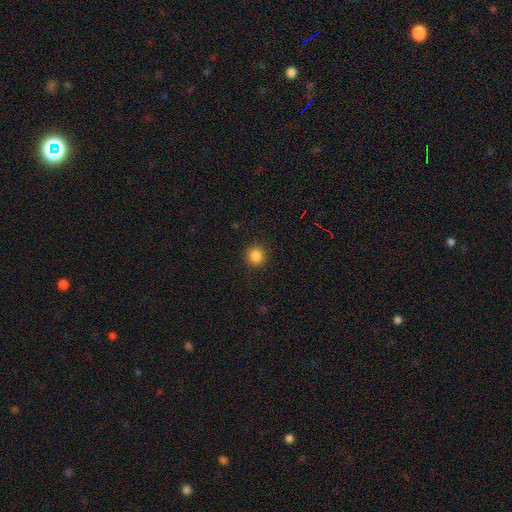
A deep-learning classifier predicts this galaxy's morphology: A smooth galaxy with no disk features (86%) that is round (95%). Merging: none (92%).